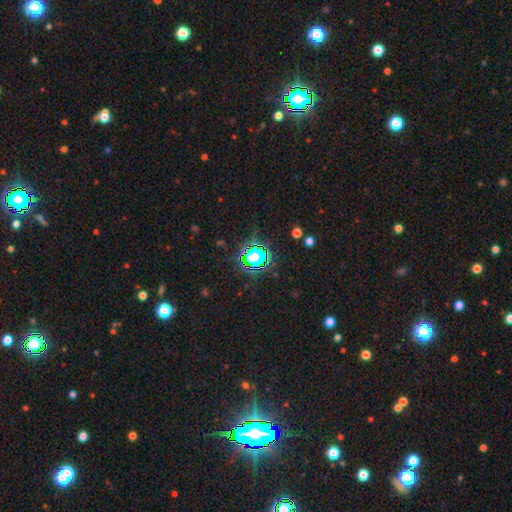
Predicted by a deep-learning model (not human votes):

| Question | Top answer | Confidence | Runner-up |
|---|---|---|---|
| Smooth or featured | star or artifact | 64% | smooth (25%) |